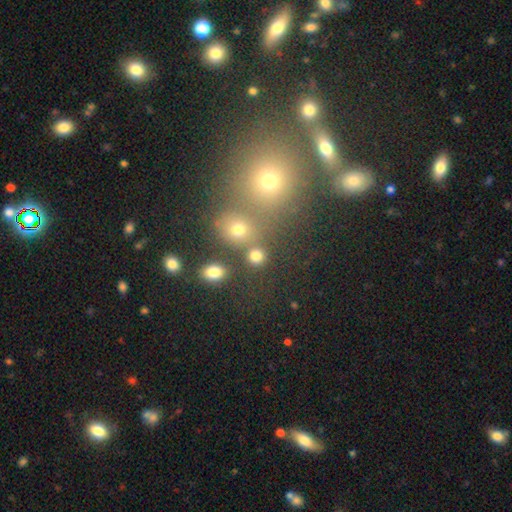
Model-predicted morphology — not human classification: Overall: smooth (78%). How rounded: round (81%). Merging: none (72%).